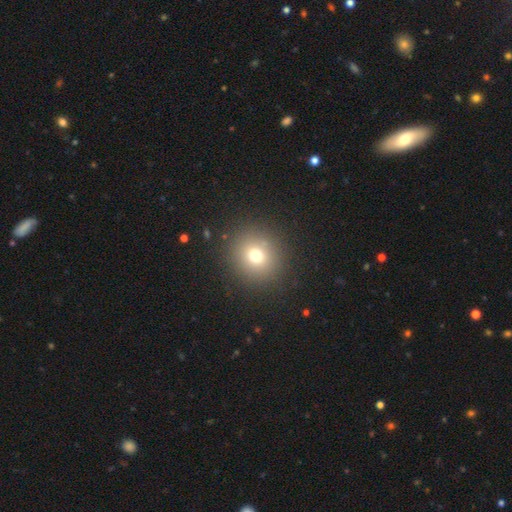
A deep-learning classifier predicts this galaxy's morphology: Q: Smooth or featured?
A: smooth (72%); runner-up: star or artifact (17%)
Q: How rounded?
A: round (89%); runner-up: in between (10%)
Q: Merging?
A: none (88%); runner-up: minor disturbance (7%)